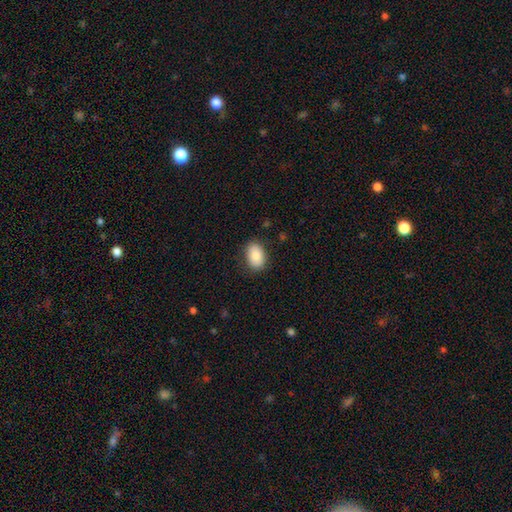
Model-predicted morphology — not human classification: smooth_or_featured: smooth (p=0.86) [alt: featured or disk p=0.07]
how_rounded: in between (p=0.85) [alt: round p=0.14]
merging: none (p=0.85) [alt: minor disturbance p=0.11]